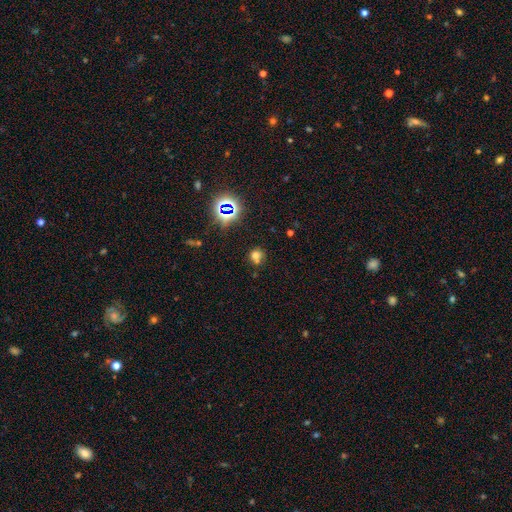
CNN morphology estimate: This is likely a smooth galaxy (63%). How rounded: clearly round (82%). Merging: possibly none (56%).